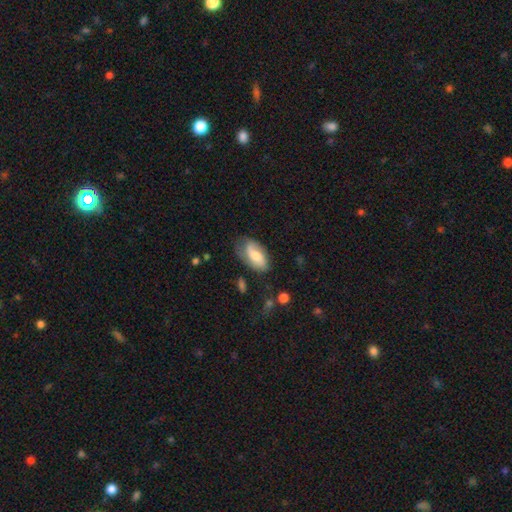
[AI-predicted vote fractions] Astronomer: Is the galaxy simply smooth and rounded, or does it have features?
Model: smooth — 49% (runner-up: featured or disk, 45%).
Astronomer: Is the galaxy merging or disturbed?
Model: none — 62%.